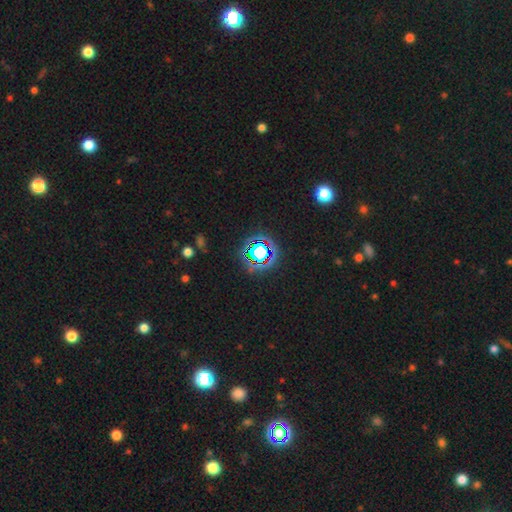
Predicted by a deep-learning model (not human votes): Morphology: type=star or artifact (75%).